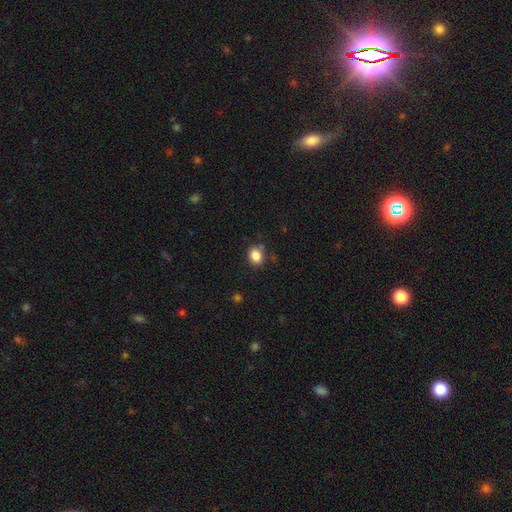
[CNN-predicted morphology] A smooth galaxy with no disk features (85%) that is round (55%). Merging: none (78%).